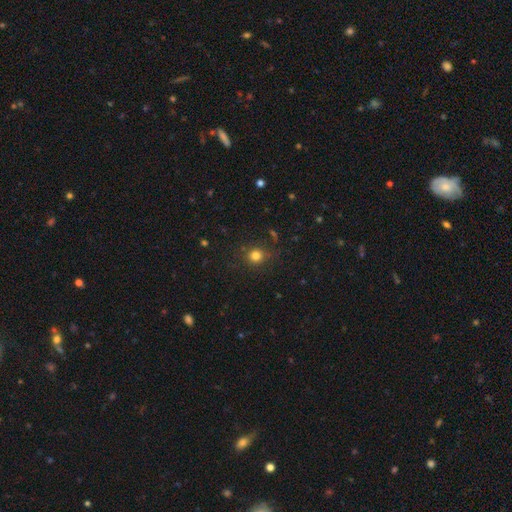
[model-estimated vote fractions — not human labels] Smooth or featured? Predicted: smooth (p=0.78). How rounded? Predicted: round (p=0.88). Merging? Predicted: none (p=0.84).